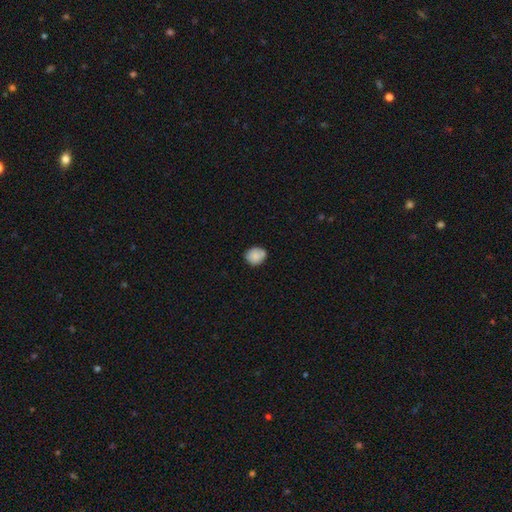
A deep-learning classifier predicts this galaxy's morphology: smooth_or_featured: smooth (p=0.85) [alt: star or artifact p=0.08]
how_rounded: round (p=0.64) [alt: in between p=0.35]
merging: none (p=0.71) [alt: minor disturbance p=0.21]